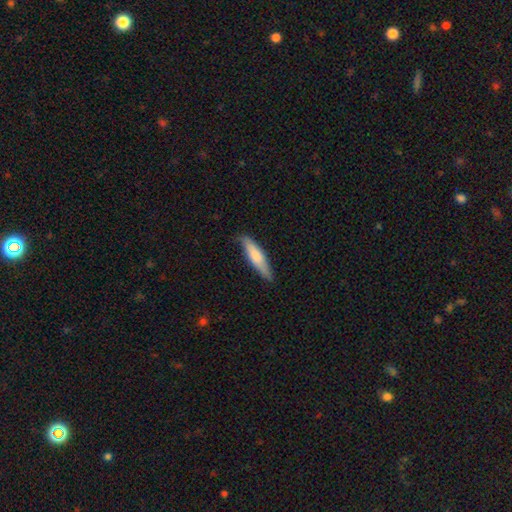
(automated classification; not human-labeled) This appears to be a smooth galaxy with no disk features (70%) that is cigar-shaped (77%). Merging: none (78%).